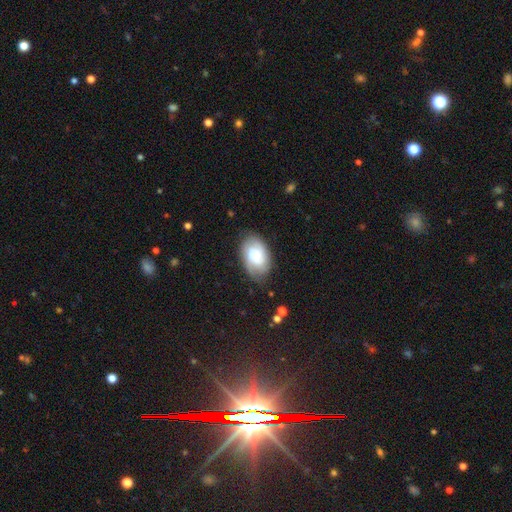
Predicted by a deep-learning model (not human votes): A featured or disk galaxy (58%) with no bar (59%), spiral arms (88%) and a small central bulge (39%). Merging: none (70%).